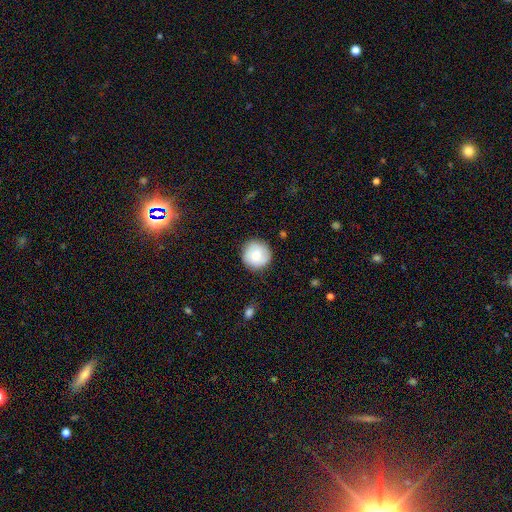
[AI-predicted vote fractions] smooth_or_featured: smooth (p=0.73) [alt: featured or disk p=0.20]
how_rounded: round (p=0.95) [alt: in between p=0.04]
merging: none (p=0.87) [alt: minor disturbance p=0.10]